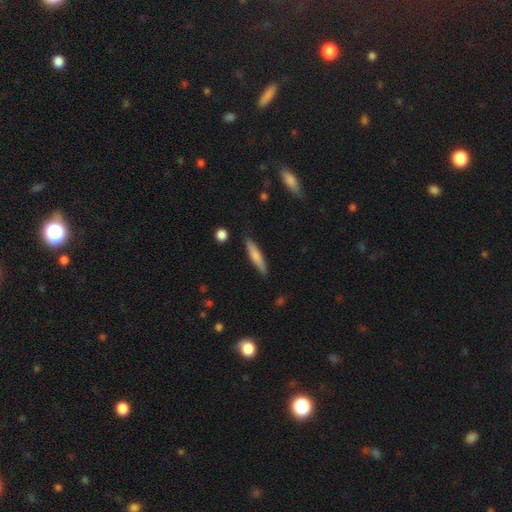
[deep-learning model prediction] smooth_or_featured: smooth (p=0.68) [alt: featured or disk p=0.26]
how_rounded: cigar-shaped (p=0.89) [alt: in between p=0.10]
merging: none (p=0.87) [alt: minor disturbance p=0.09]